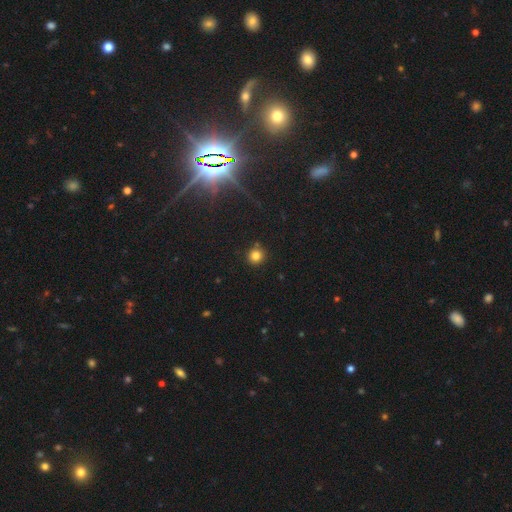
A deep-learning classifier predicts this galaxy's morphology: smooth_or_featured: smooth (p=0.81) [alt: star or artifact p=0.14]
how_rounded: round (p=0.93) [alt: in between p=0.06]
merging: none (p=0.88) [alt: minor disturbance p=0.07]